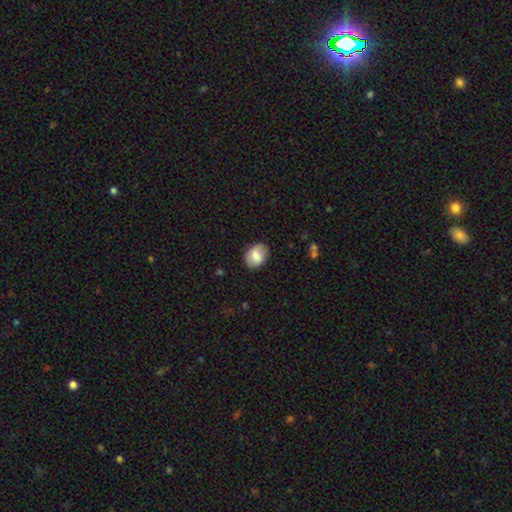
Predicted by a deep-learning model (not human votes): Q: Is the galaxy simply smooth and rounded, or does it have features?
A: smooth — 79%.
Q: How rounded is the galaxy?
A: in between — 65%.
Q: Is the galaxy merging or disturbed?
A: none — 84%.